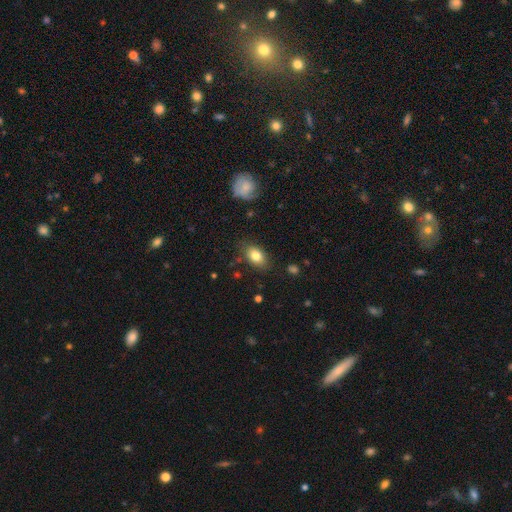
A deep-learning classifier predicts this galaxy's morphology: Q: Smooth or featured?
A: smooth (81%); runner-up: featured or disk (11%)
Q: How rounded?
A: in between (86%); runner-up: round (12%)
Q: Merging?
A: none (80%); runner-up: minor disturbance (14%)